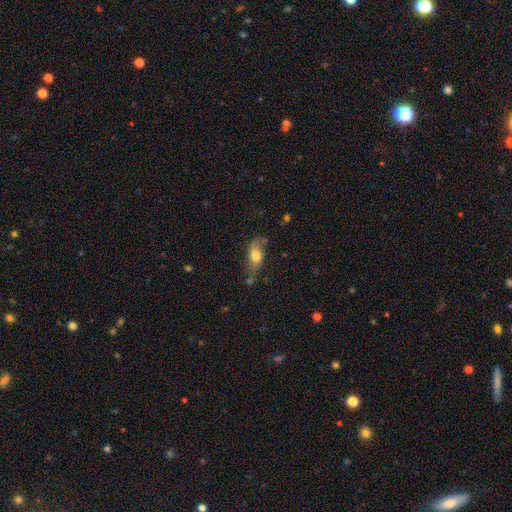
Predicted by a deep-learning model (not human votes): Smooth or featured: smooth — 59% (featured or disk — 33%)
How rounded: in between — 78% (cigar-shaped — 14%)
Merging: none — 52% (minor disturbance — 29%)